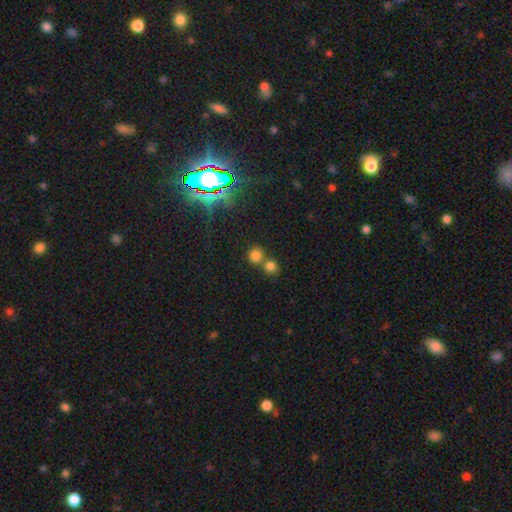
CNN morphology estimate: The model was most divided on "merging": none: 56%, merger: 35%, minor disturbance: 6%, major disturbance: 3%. More confident: how rounded — round (89%); smooth or featured — smooth (75%).